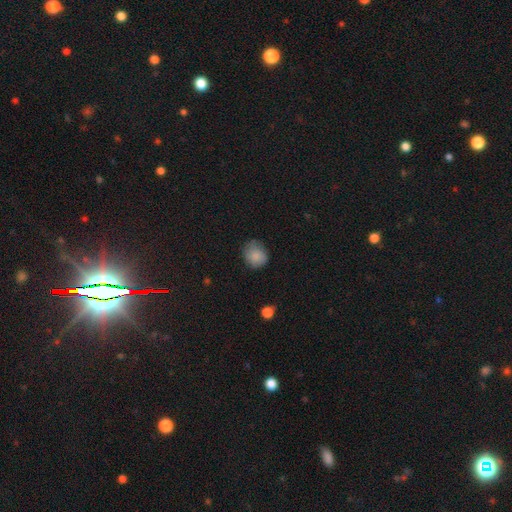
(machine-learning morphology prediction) This is clearly a smooth galaxy (83%). How rounded: likely round (75%). Merging: likely none (66%).